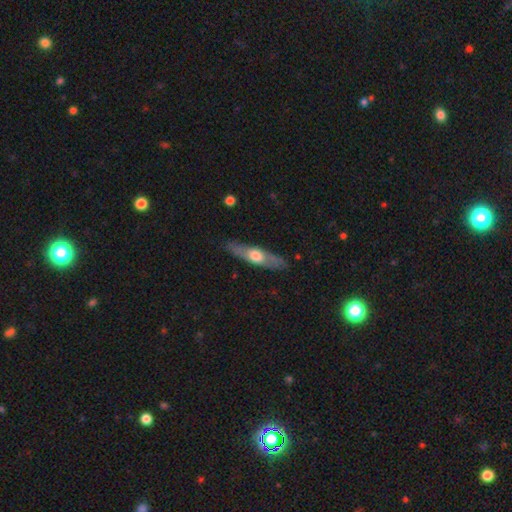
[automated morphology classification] smooth_or_featured: featured or disk (p=0.55) [alt: smooth p=0.40]
disk_edge_on: yes (p=0.82) [alt: no p=0.18]
merging: none (p=0.85) [alt: minor disturbance p=0.12]